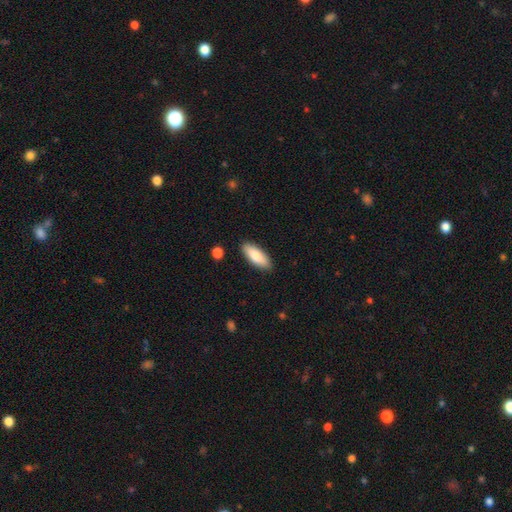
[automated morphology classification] This appears to be a smooth galaxy with no disk features (83%) that is in between round and cigar-shaped (75%). Merging: none (88%).